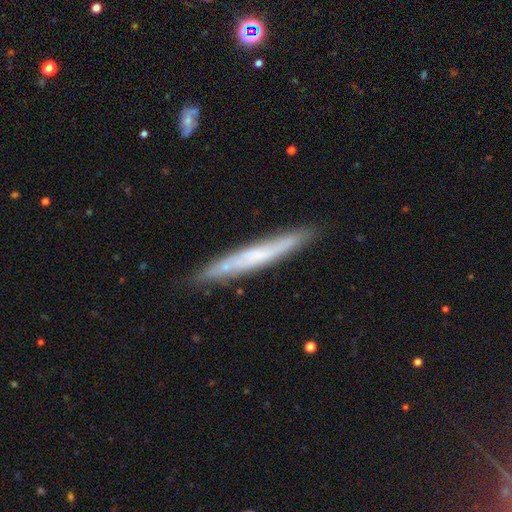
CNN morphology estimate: Smooth or featured? Predicted: featured or disk (p=0.52). Edge-on disk? Predicted: yes (p=0.86). Merging? Predicted: none (p=0.83).